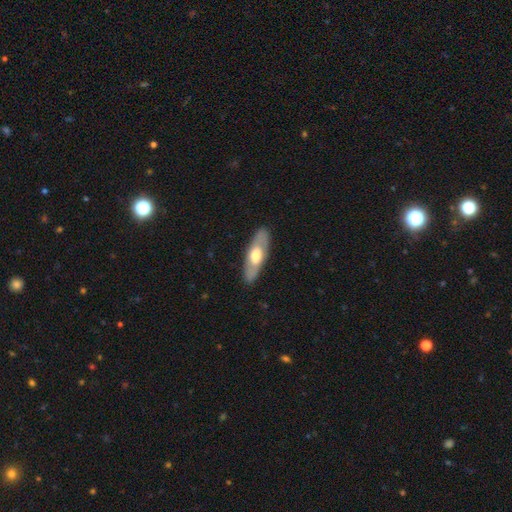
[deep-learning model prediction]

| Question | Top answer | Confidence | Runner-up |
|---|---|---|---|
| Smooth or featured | smooth | 48% | featured or disk (47%) |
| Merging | none | 86% | minor disturbance (10%) |